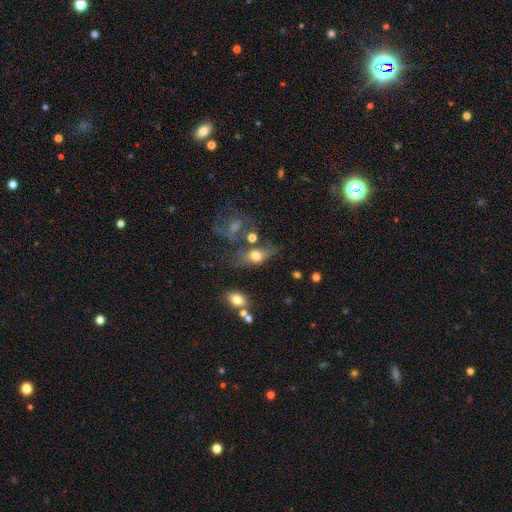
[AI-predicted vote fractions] smooth_or_featured: smooth (p=0.63) [alt: featured or disk p=0.25]
how_rounded: in between (p=0.70) [alt: round p=0.20]
merging: none (p=0.43) [alt: minor disturbance p=0.22]